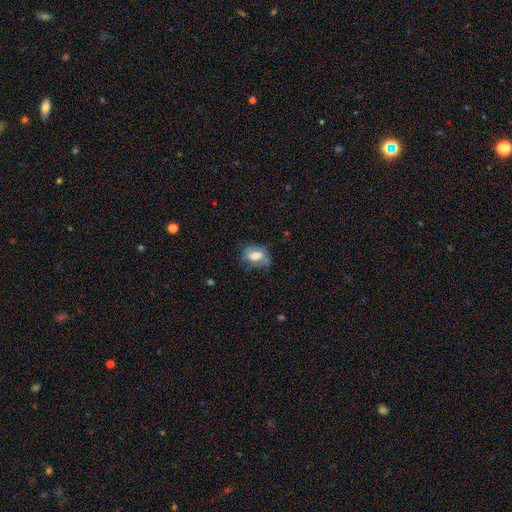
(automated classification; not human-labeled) smooth 49%, featured or disk 42%, star or artifact 10%. Down the decision tree: merging — none (43%).